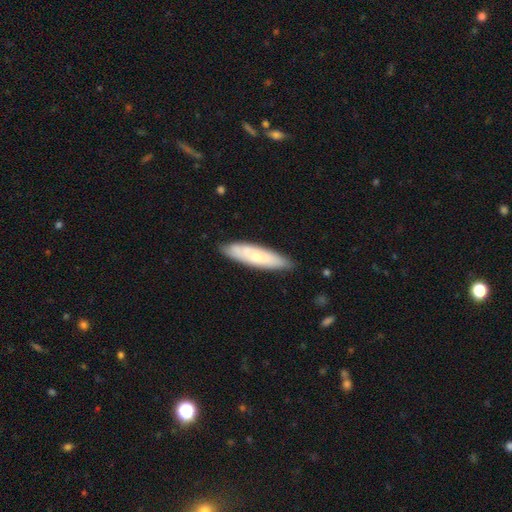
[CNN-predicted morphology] A smooth galaxy with no disk features (57%) that is cigar-shaped (71%).

Vote fractions:
- Smooth or featured? smooth: 57% / featured or disk: 37% / star or artifact: 6%
- How rounded? cigar-shaped: 71% / in between: 28% / round: 2%
- Merging? none: 84% / minor disturbance: 12% / major disturbance: 2% / merger: 2%